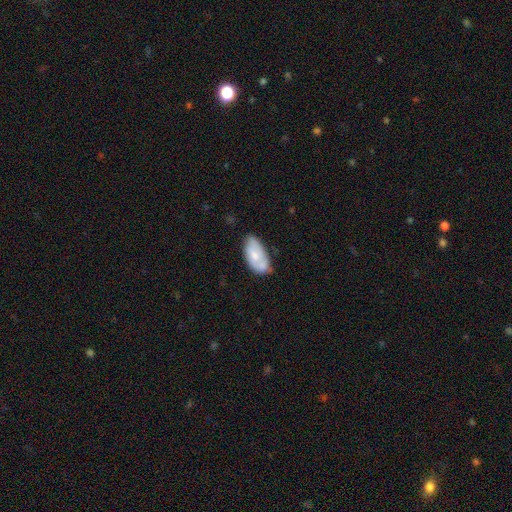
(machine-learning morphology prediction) Smooth or featured: smooth — 62% (featured or disk — 32%)
How rounded: in between — 93% (cigar-shaped — 4%)
Merging: none — 53% (minor disturbance — 35%)